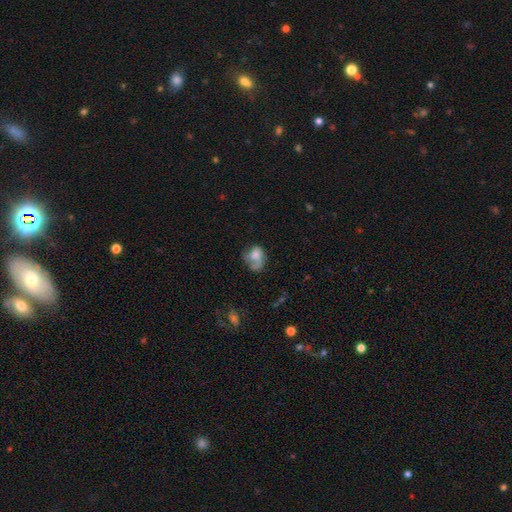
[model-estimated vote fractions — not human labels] This is possibly a smooth galaxy (46%). Merging: marginally major disturbance (37%).